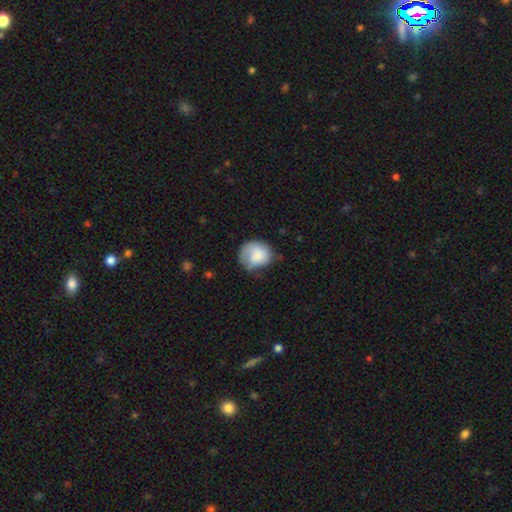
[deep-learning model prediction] This appears to be a smooth galaxy with no disk features (78%) that is round (73%). Merging: none (48%).